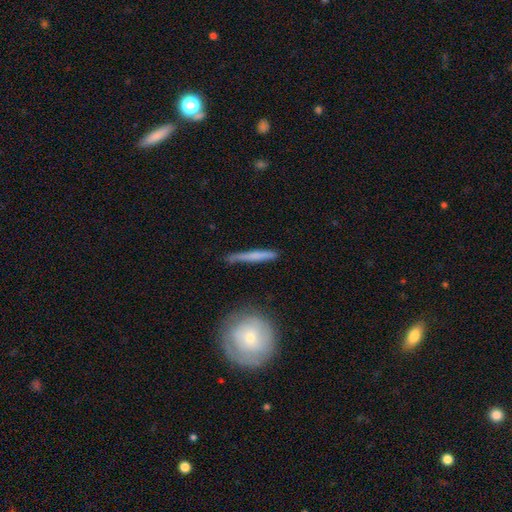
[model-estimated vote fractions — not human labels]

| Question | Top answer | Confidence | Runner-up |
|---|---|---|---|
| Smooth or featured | smooth | 56% | featured or disk (39%) |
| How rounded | cigar-shaped | 94% | in between (4%) |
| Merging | none | 79% | minor disturbance (15%) |